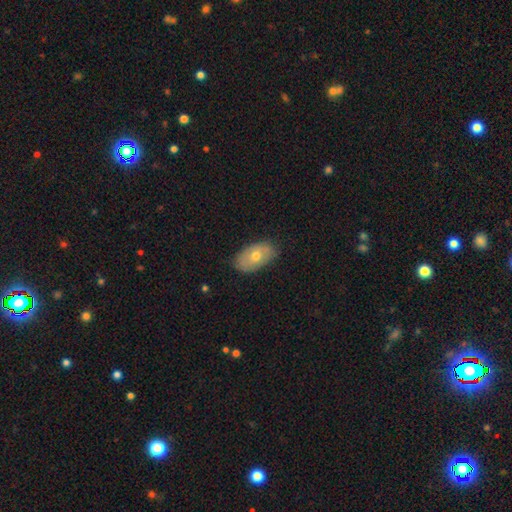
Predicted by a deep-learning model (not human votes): A smooth galaxy with no disk features (61%) that is in between round and cigar-shaped (91%).

Vote fractions:
- Smooth or featured? smooth: 61% / featured or disk: 32% / star or artifact: 7%
- How rounded? in between: 91% / round: 7% / cigar-shaped: 2%
- Merging? none: 80% / minor disturbance: 16% / major disturbance: 3% / merger: 1%